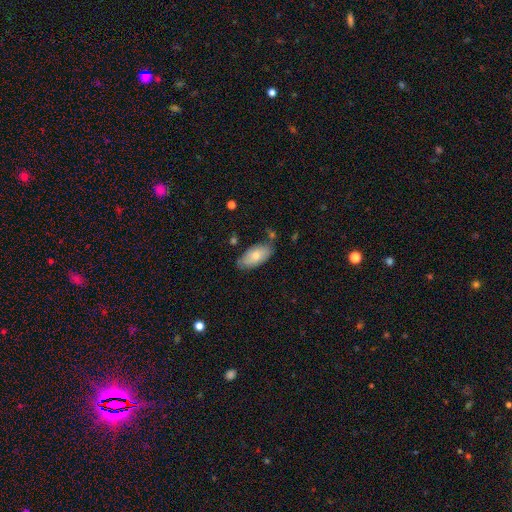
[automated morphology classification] Q: Smooth or featured?
A: smooth (73%); runner-up: featured or disk (21%)
Q: How rounded?
A: in between (93%); runner-up: cigar-shaped (4%)
Q: Merging?
A: none (67%); runner-up: minor disturbance (23%)